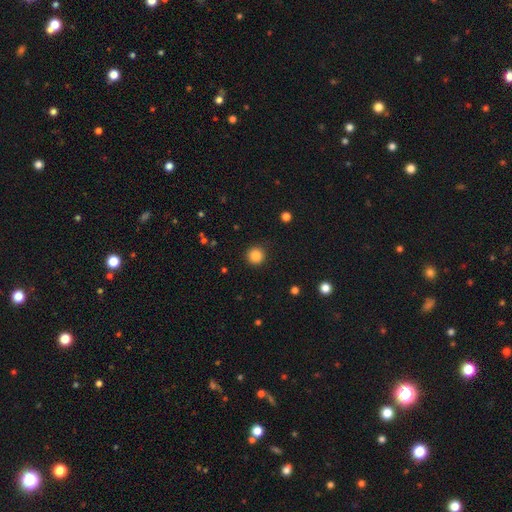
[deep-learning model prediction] Smooth or featured? Predicted: smooth (p=0.85). How rounded? Predicted: round (p=0.95). Merging? Predicted: none (p=0.91).